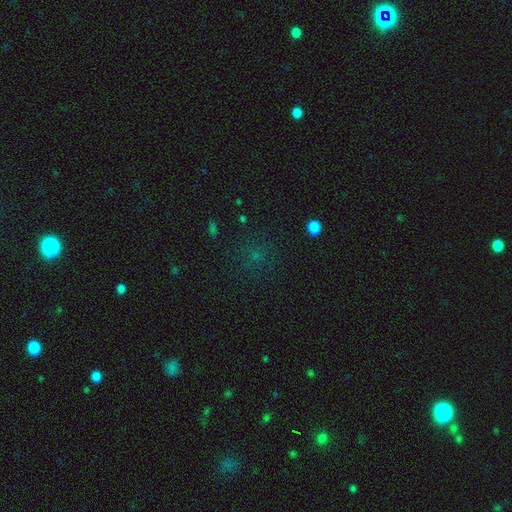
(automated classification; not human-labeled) Overall: star or artifact (45%; smooth 44%).